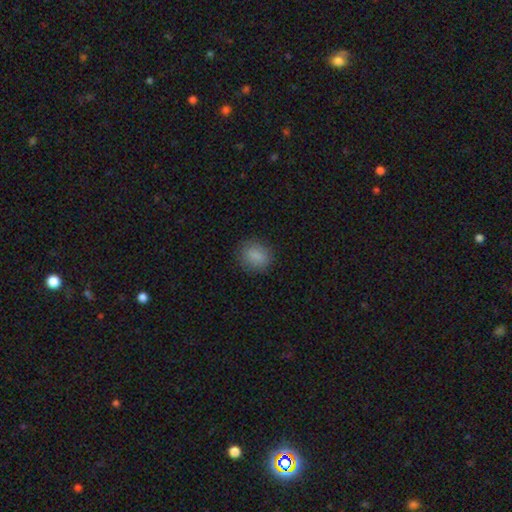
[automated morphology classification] A smooth galaxy with no disk features (85%) that is round (64%). Merging: none (85%).